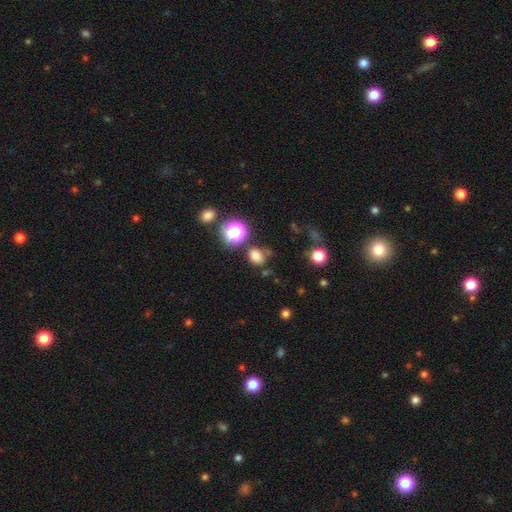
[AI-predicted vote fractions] This appears to be a smooth galaxy with no disk features (75%) that is round (50%). Merging: none (69%).